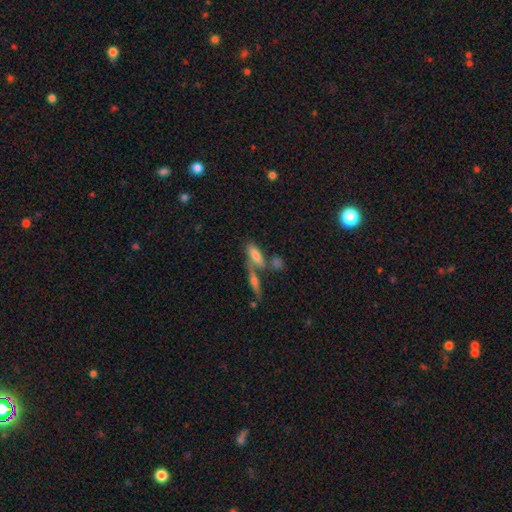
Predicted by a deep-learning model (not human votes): Smooth or featured: smooth — 66% (featured or disk — 25%)
How rounded: in between — 61% (cigar-shaped — 36%)
Merging: merger — 44% (none — 39%)